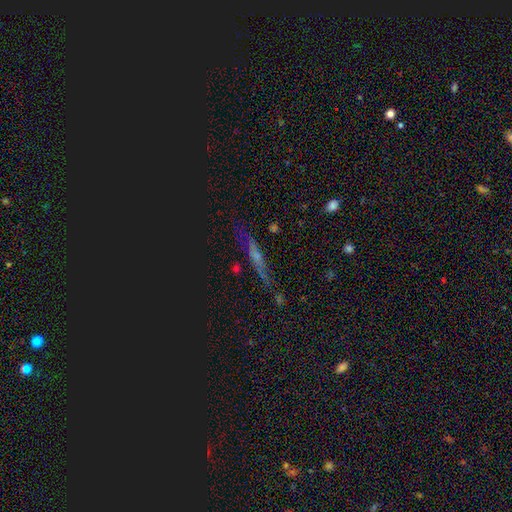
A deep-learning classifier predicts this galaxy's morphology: type=featured or disk (39%); merging=none (76%).